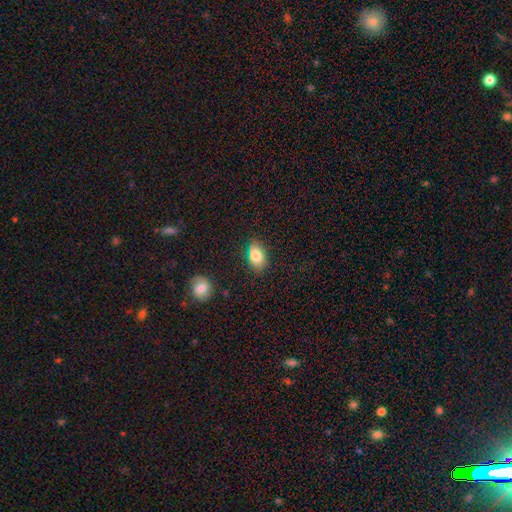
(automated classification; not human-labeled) Smooth or featured: smooth — 81% (featured or disk — 10%)
How rounded: in between — 84% (round — 14%)
Merging: none — 81% (minor disturbance — 14%)